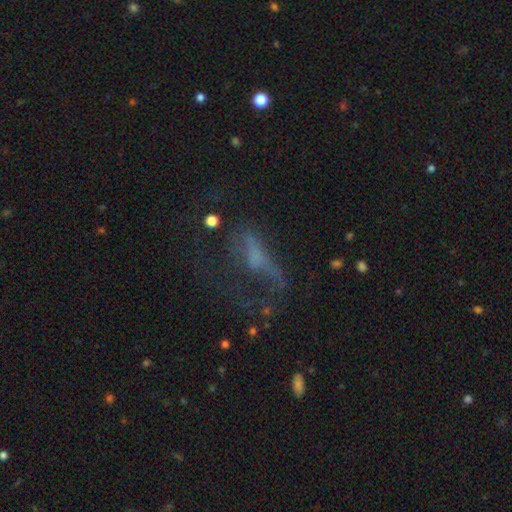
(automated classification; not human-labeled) Q: Smooth or featured?
A: featured or disk (47%); runner-up: smooth (31%)
Q: Merging?
A: major disturbance (45%); runner-up: none (33%)